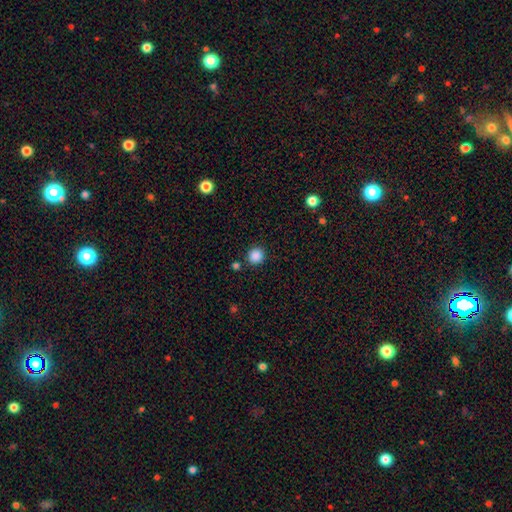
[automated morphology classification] A smooth galaxy with no disk features (87%) that is round (92%).

Vote fractions:
- Smooth or featured? smooth: 87% / star or artifact: 11% / featured or disk: 3%
- How rounded? round: 92% / in between: 7% / cigar-shaped: 1%
- Merging? none: 86% / minor disturbance: 7% / merger: 4% / major disturbance: 2%